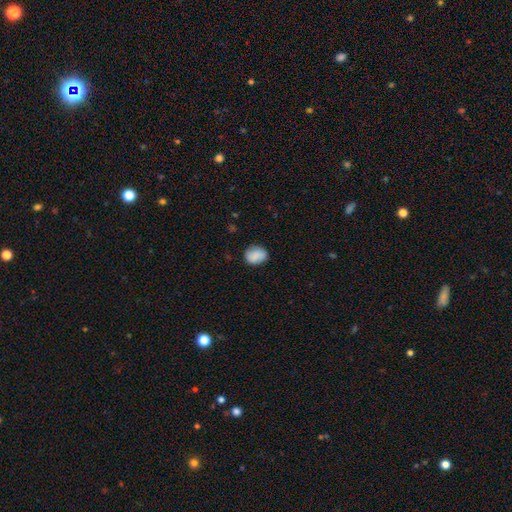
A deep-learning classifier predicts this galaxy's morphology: The model was most divided on "how rounded": round: 53%, in between: 46%, cigar-shaped: 1%. More confident: smooth or featured — smooth (82%); merging — none (76%).